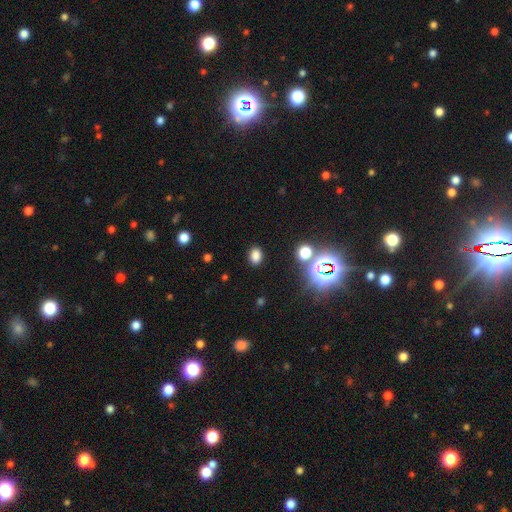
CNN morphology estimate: smooth_or_featured: smooth (p=0.78) [alt: star or artifact p=0.17]
how_rounded: in between (p=0.67) [alt: round p=0.32]
merging: none (p=0.87) [alt: minor disturbance p=0.08]